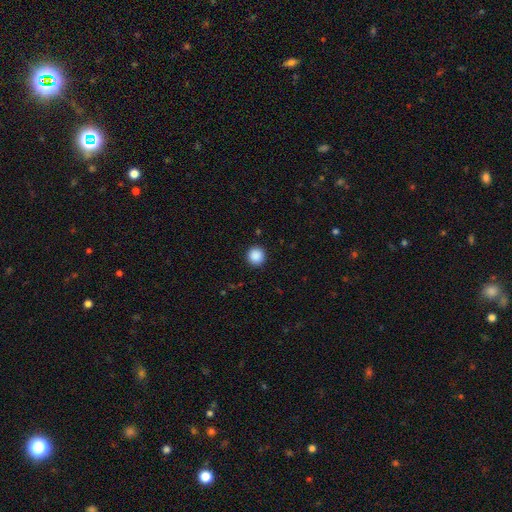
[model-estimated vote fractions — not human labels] Overall: smooth (89%). How rounded: round (93%). Merging: none (92%).